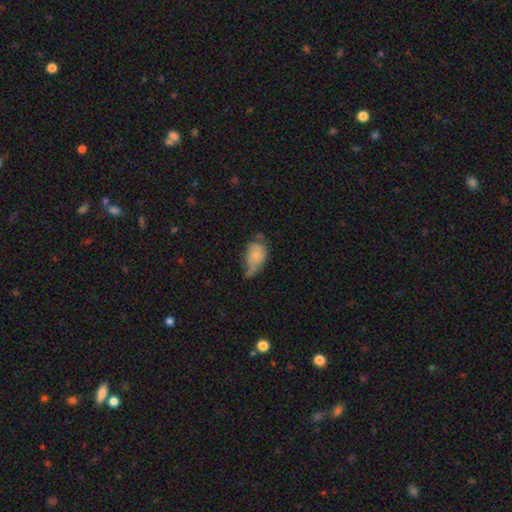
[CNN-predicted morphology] type=smooth (65%); roundness=in between (86%); merging=minor disturbance (41%).